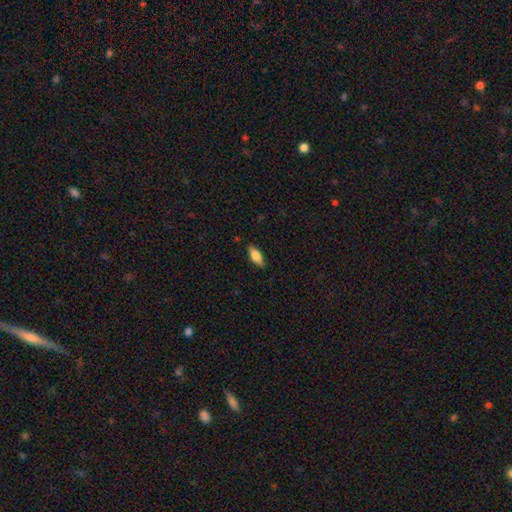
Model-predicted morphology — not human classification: This appears to be a smooth galaxy with no disk features (80%) that is in between round and cigar-shaped (79%). Merging: none (85%).